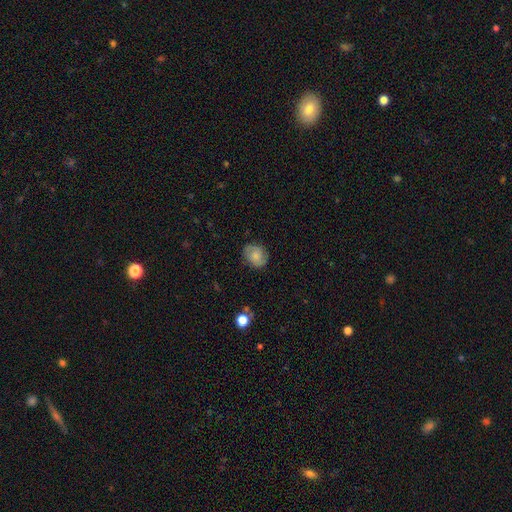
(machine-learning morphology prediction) A smooth galaxy with no disk features (62%) that is round (55%). Merging: none (79%).